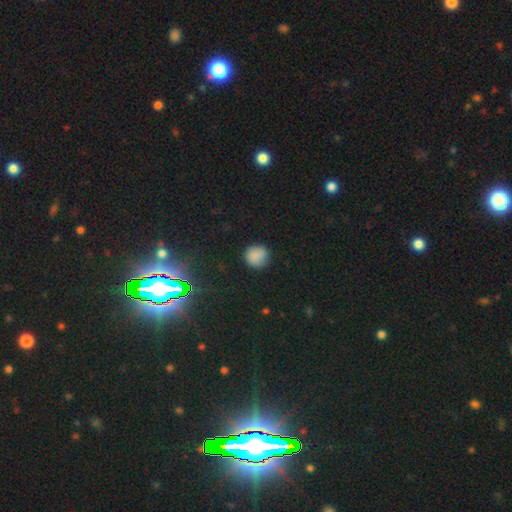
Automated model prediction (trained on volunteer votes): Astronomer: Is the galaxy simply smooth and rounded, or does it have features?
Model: smooth — 85%.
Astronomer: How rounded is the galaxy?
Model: round — 90%.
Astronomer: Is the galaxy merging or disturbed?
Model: none — 84%.